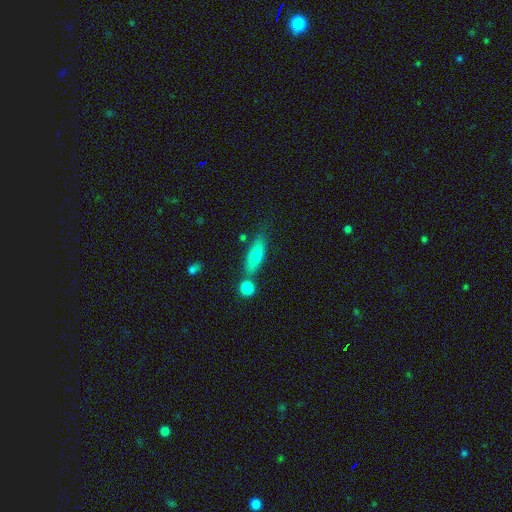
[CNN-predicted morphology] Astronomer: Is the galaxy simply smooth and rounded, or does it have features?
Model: smooth — 80%.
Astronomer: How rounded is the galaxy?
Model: in between — 51% (runner-up: cigar-shaped, 46%).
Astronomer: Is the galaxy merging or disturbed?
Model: none — 66%.